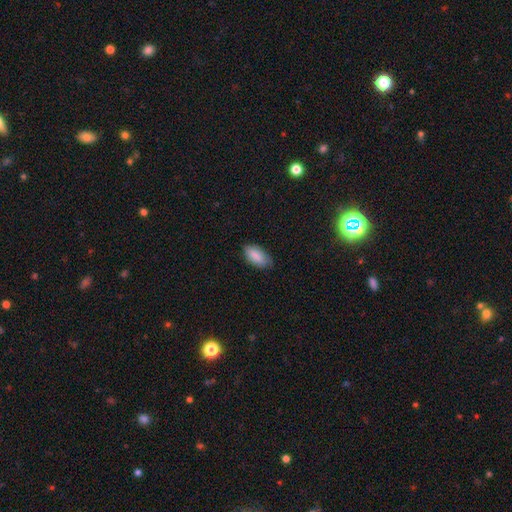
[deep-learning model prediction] Smooth or featured? smooth (88%)
How rounded? in between (91%)
Merging? none (77%)